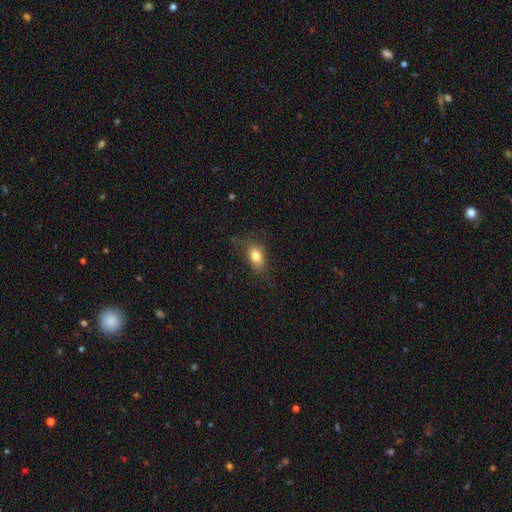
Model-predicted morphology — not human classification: This is likely a smooth galaxy (80%). How rounded: likely in between (78%). Merging: likely none (73%).